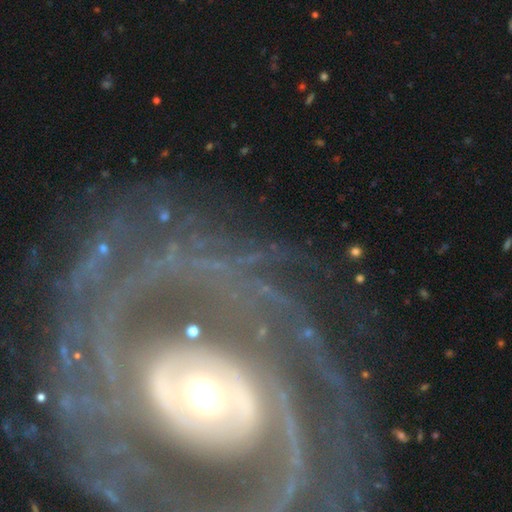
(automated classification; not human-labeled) Smooth or featured? Predicted: featured or disk (p=0.86). Edge-on disk? Predicted: no (p=0.95). Bar? Predicted: no (p=0.54). Spiral arms? Predicted: yes (p=0.90). Spiral winding? Predicted: tight (p=0.65). Spiral arm count? Predicted: can't tell (p=0.28). Bulge size? Predicted: moderate (p=0.54). Merging? Predicted: none (p=0.72).